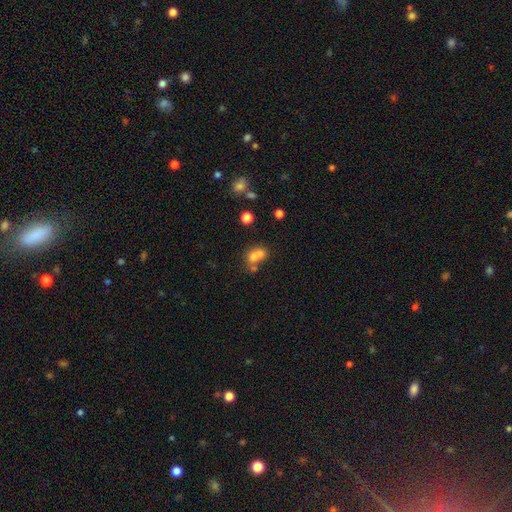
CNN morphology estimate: Smooth or featured? smooth (68%)
How rounded? round (52%)
Merging? merger (61%)